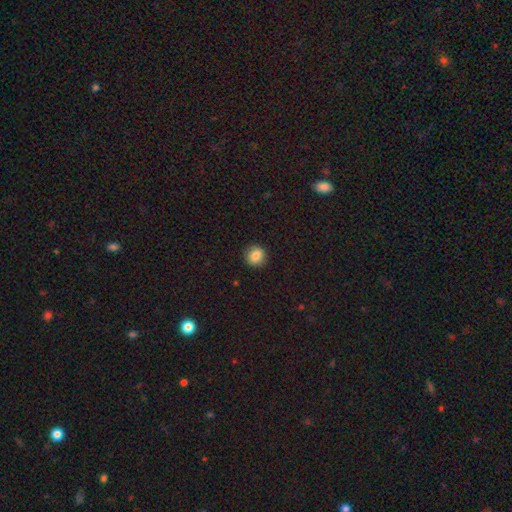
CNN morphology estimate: Smooth or featured? smooth (84%)
How rounded? round (89%)
Merging? none (91%)